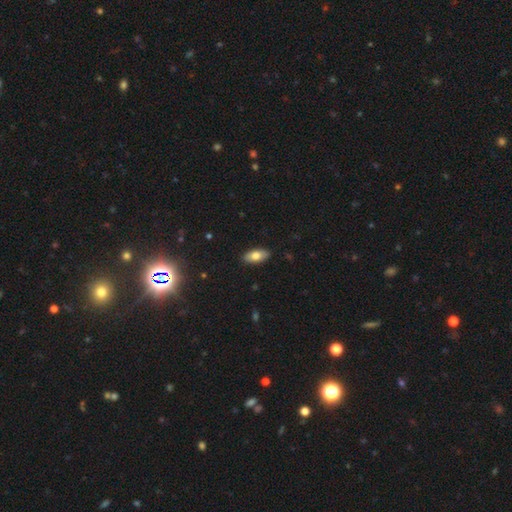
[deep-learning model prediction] Smooth or featured? smooth (77%)
How rounded? in between (90%)
Merging? none (88%)